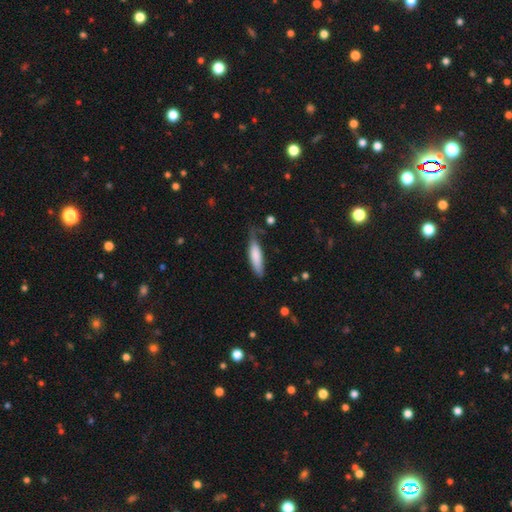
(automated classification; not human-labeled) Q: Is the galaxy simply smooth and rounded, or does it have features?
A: smooth — 78%.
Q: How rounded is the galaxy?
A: cigar-shaped — 69%.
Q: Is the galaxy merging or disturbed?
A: none — 52%.